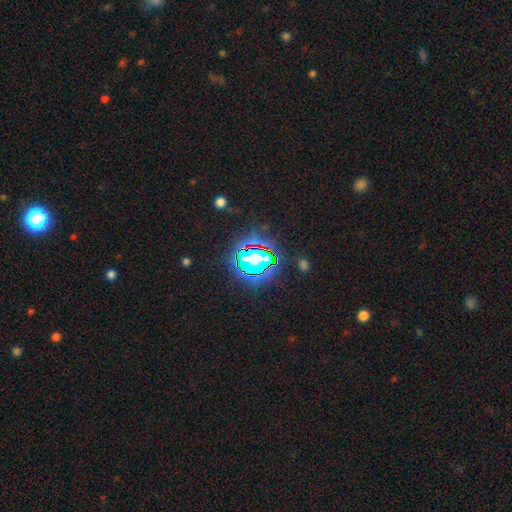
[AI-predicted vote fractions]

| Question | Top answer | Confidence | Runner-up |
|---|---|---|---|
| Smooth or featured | star or artifact | 66% | smooth (22%) |